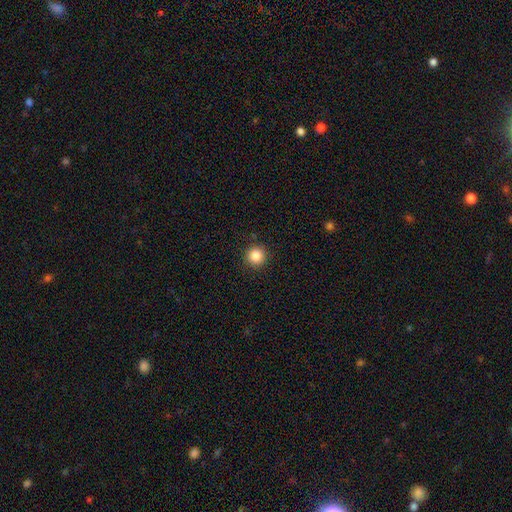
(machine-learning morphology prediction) The model was most divided on "smooth or featured": smooth: 85%, star or artifact: 10%, featured or disk: 4%. More confident: how rounded — round (95%); merging — none (92%).